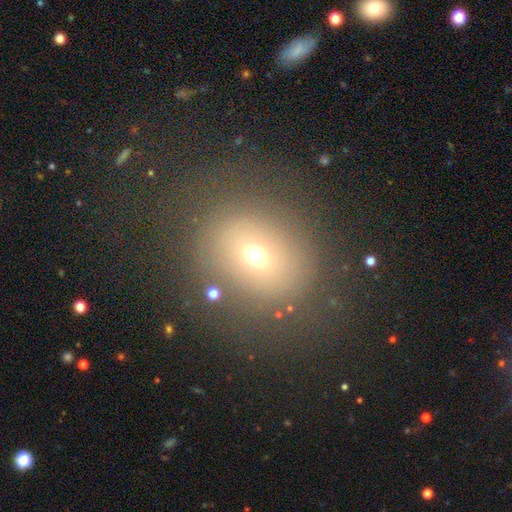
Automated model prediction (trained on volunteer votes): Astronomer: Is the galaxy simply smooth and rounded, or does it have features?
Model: smooth — 62%.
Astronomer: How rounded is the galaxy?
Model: round — 67%.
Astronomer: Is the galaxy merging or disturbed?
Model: none — 77%.